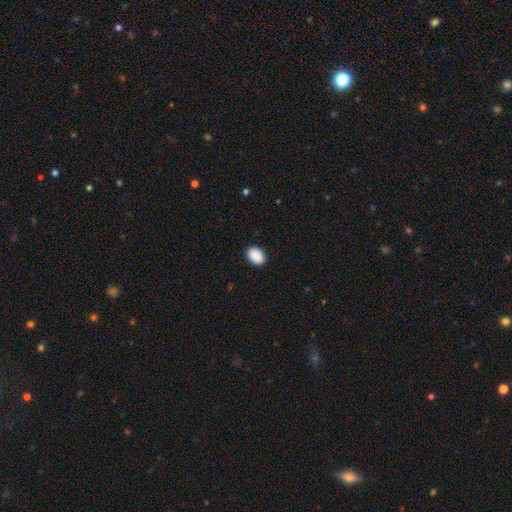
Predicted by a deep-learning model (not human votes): This is clearly a smooth galaxy (91%). How rounded: likely in between (78%). Merging: clearly none (90%).